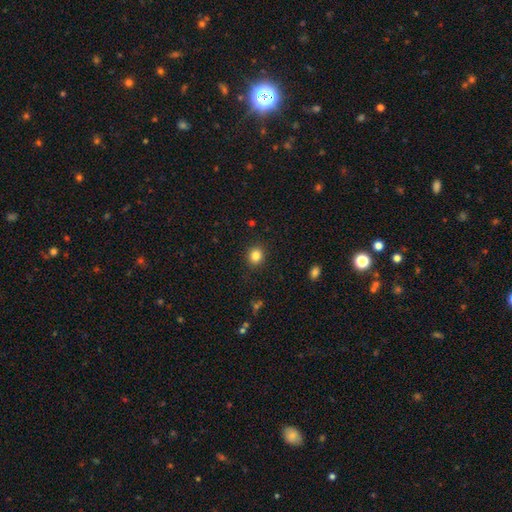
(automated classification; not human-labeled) smooth 84%, star or artifact 11%, featured or disk 5%. Down the decision tree: how rounded — round (78%); merging — none (89%).